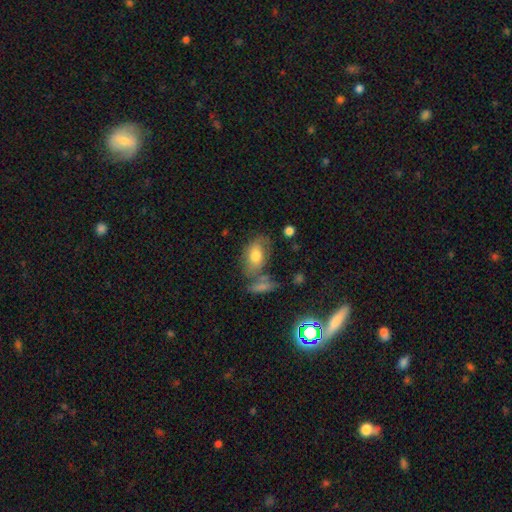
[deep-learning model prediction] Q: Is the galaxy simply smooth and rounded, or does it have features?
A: smooth — 70%.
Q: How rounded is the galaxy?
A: in between — 87%.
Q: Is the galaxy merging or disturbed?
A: none — 52%.